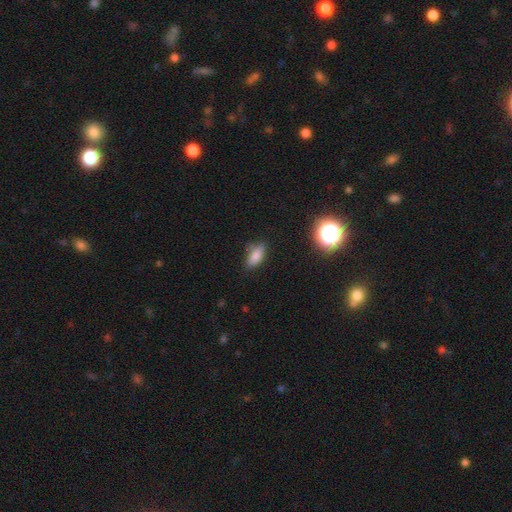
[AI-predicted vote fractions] Overall: smooth (79%). How rounded: in between (79%). Merging: none (72%).